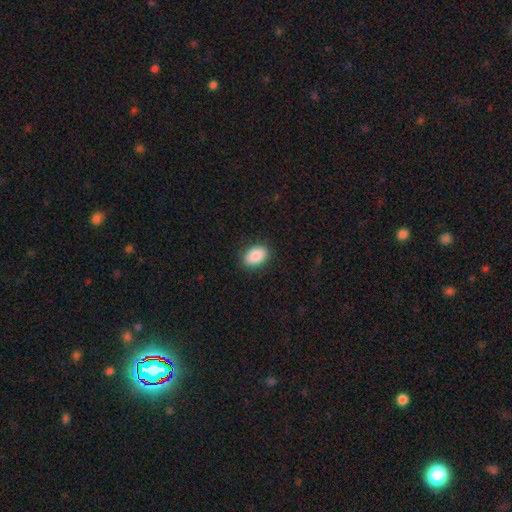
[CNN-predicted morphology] Smooth or featured? smooth (88%)
How rounded? in between (86%)
Merging? none (88%)